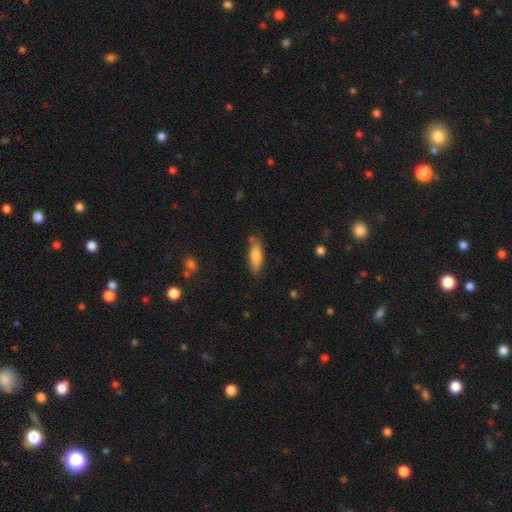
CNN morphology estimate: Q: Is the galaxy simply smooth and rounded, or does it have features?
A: smooth — 81%.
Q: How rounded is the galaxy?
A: in between — 55%.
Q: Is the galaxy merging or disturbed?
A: none — 75%.